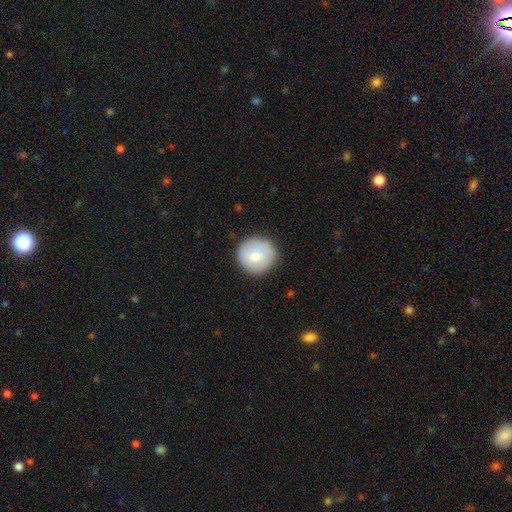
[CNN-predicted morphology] Smooth or featured?
  - smooth: 74% *
  - featured or disk: 19%
  - star or artifact: 7%
How rounded?
  - round: 94% *
  - in between: 5%
  - cigar-shaped: 1%
Merging?
  - none: 83% *
  - minor disturbance: 13%
  - major disturbance: 3%
  - merger: 1%